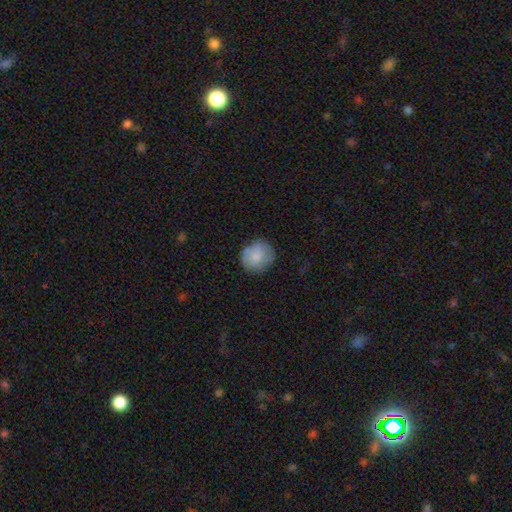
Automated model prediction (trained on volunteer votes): This appears to be a smooth galaxy with no disk features (77%) that is round (85%). Merging: none (74%).